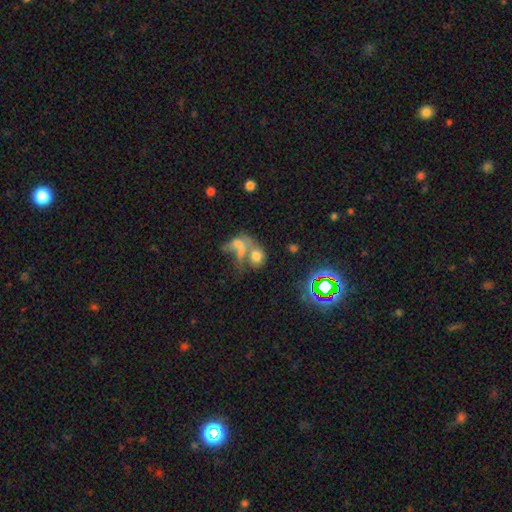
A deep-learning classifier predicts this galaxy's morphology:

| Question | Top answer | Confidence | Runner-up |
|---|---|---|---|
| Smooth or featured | smooth | 61% | featured or disk (21%) |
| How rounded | round | 50% | in between (47%) |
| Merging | merger | 61% | none (21%) |